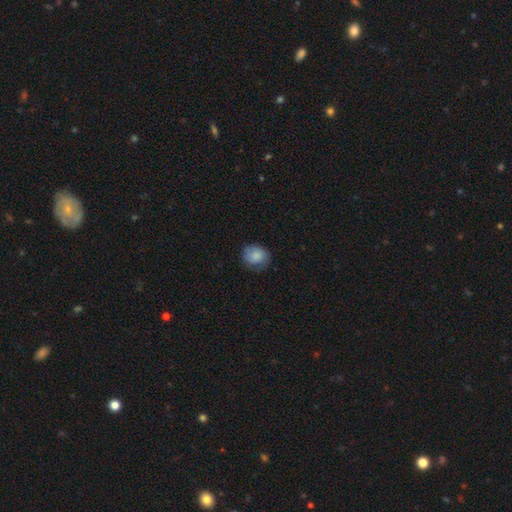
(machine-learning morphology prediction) Smooth or featured? smooth (82%)
How rounded? round (73%)
Merging? none (70%)